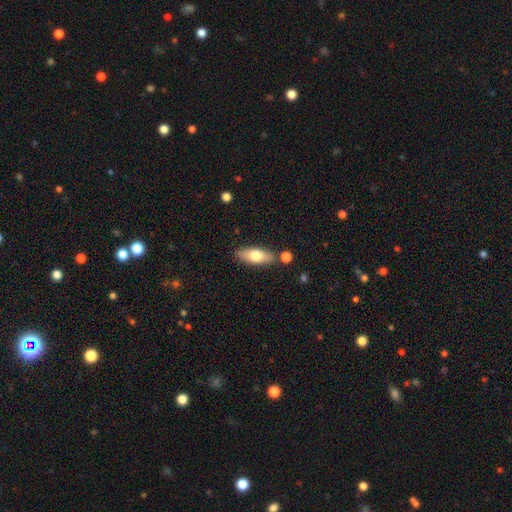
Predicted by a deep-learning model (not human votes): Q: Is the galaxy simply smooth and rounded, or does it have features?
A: smooth — 69%.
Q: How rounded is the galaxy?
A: in between — 72%.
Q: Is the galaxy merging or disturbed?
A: none — 81%.